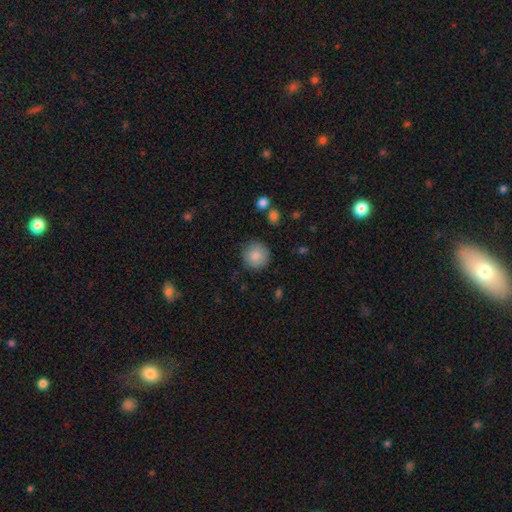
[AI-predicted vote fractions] smooth 83%, featured or disk 9%, star or artifact 8%. Down the decision tree: how rounded — round (94%); merging — none (86%).